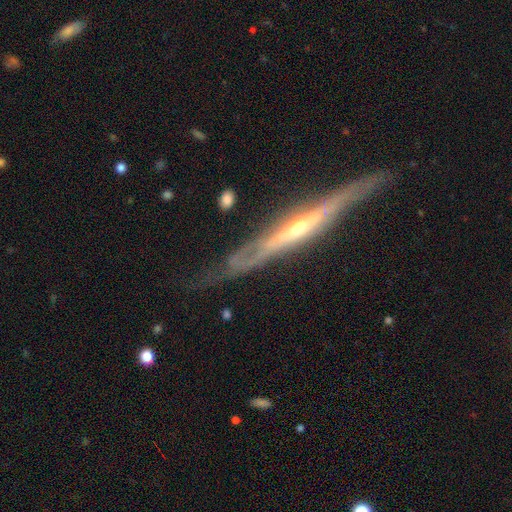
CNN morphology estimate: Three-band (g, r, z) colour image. It shows a featured or disk galaxy (83%) viewed edge-on (86%) with a rounded central bulge (74%). Merging: none (68%).